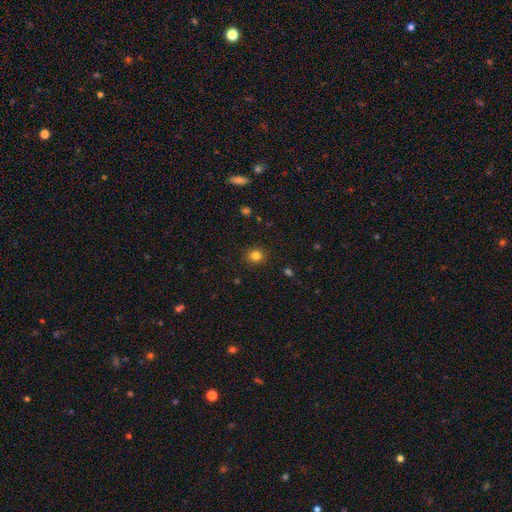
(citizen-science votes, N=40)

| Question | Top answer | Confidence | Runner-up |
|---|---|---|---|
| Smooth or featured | smooth | 78% | featured or disk (12%) |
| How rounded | round | 81% | in between (19%) |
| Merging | none | 92% | minor disturbance (6%) |